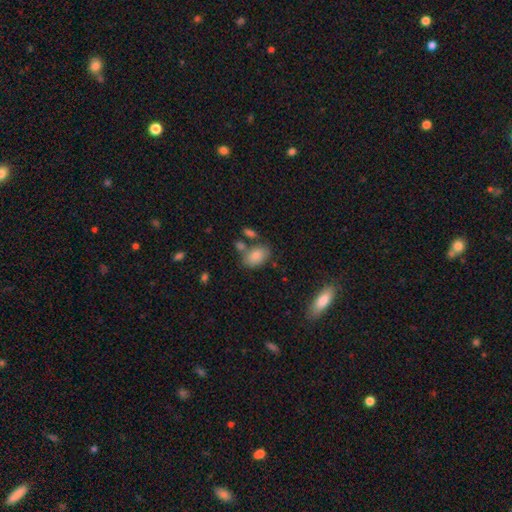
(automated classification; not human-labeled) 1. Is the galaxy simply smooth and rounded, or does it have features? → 82% smooth, 9% featured or disk, 8% star or artifact.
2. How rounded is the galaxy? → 88% in between, 11% round, 1% cigar-shaped.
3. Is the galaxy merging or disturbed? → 65% none, 16% minor disturbance, 15% merger, 5% major disturbance.